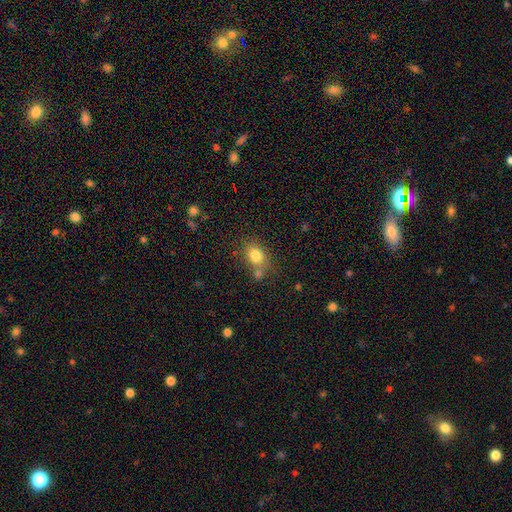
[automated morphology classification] The model was most divided on "how rounded": in between: 65%, round: 34%, cigar-shaped: 1%. More confident: smooth or featured — smooth (80%); merging — none (59%).